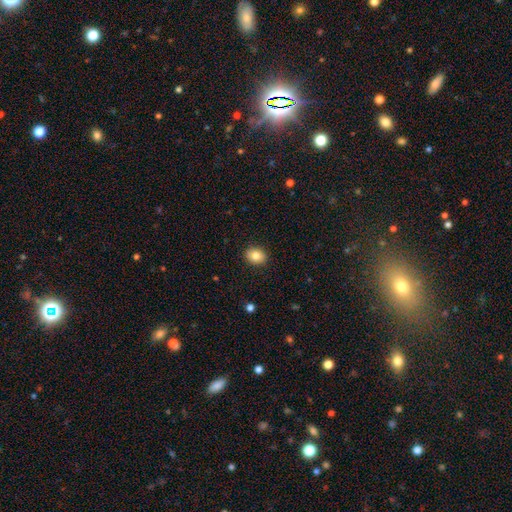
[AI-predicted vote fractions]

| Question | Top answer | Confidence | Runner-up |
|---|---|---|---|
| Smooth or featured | smooth | 84% | star or artifact (9%) |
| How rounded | round | 50% | in between (49%) |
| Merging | none | 90% | minor disturbance (7%) |